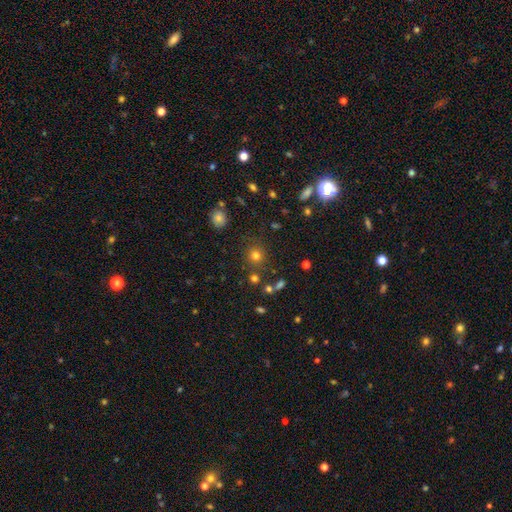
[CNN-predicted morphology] This appears to be a smooth galaxy with no disk features (75%) that is round (91%). Merging: none (82%).